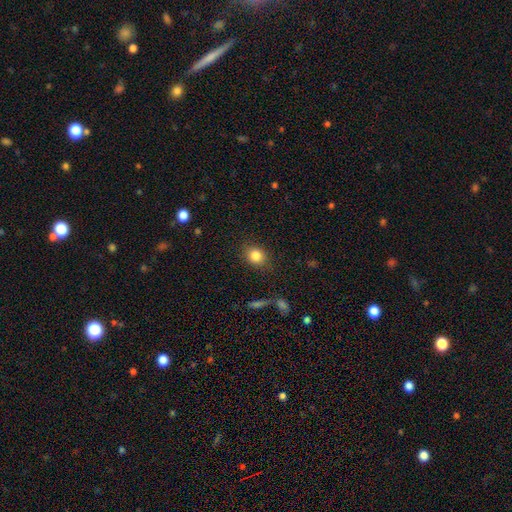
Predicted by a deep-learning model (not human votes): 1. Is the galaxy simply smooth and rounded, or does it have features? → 84% smooth, 10% star or artifact, 6% featured or disk.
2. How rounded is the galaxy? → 62% round, 37% in between, 1% cigar-shaped.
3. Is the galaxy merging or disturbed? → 85% none, 10% minor disturbance, 3% major disturbance, 2% merger.